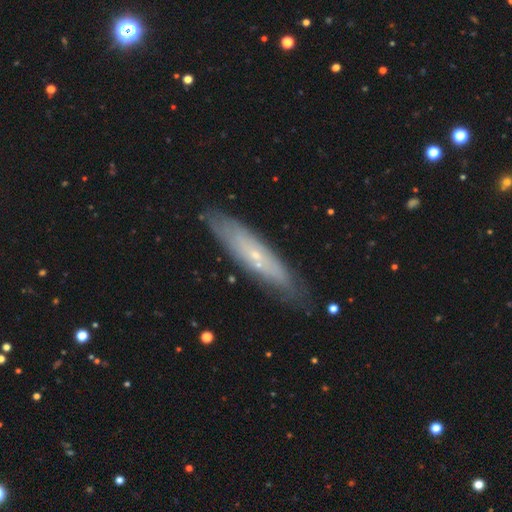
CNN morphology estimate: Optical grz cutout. It shows a featured or disk galaxy (60%) viewed edge-on (50%, tied with no). Merging: none (81%).